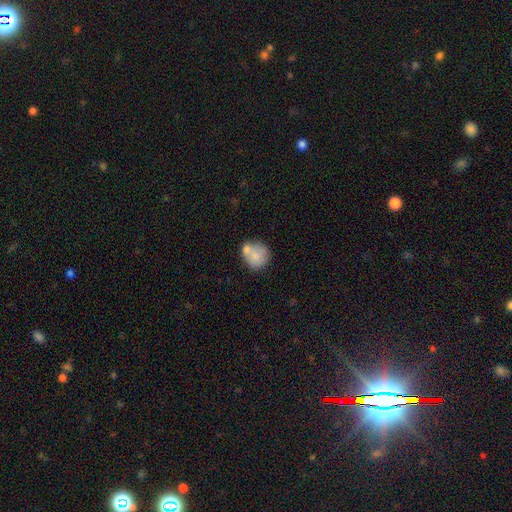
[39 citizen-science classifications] Smooth or featured? smooth (69%)
How rounded? round (100%)
Merging? none (59%)